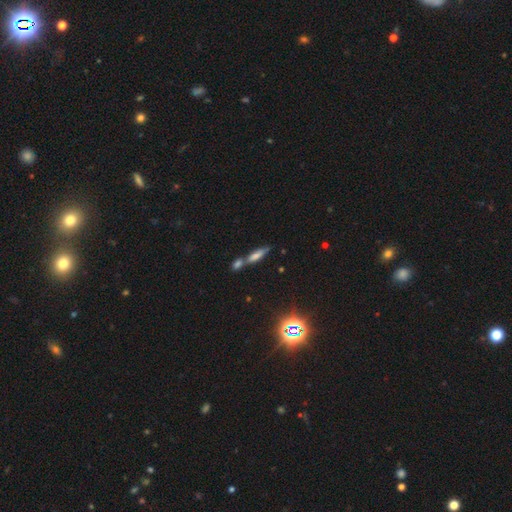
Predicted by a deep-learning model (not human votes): Smooth or featured? Predicted: smooth (p=0.53). How rounded? Predicted: cigar-shaped (p=0.69). Merging? Predicted: merger (p=0.43, tied with none).